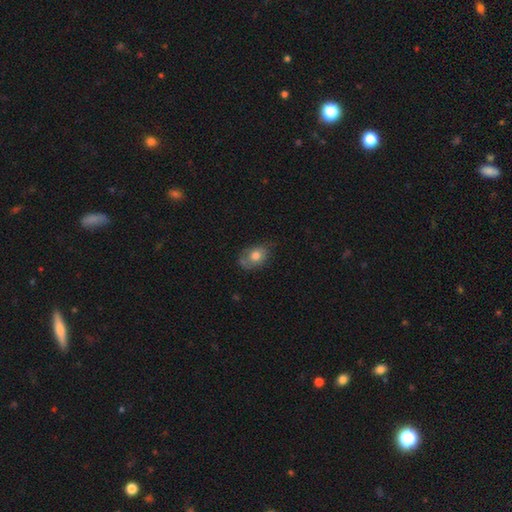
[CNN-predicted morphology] A smooth galaxy with no disk features (71%) that is in between round and cigar-shaped (74%). Merging: none (53%).